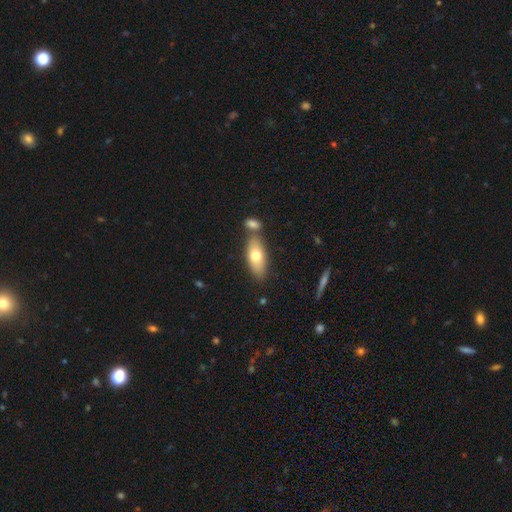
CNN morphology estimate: This appears to be a smooth galaxy with no disk features (70%) that is in between round and cigar-shaped (79%). Merging: none (68%).